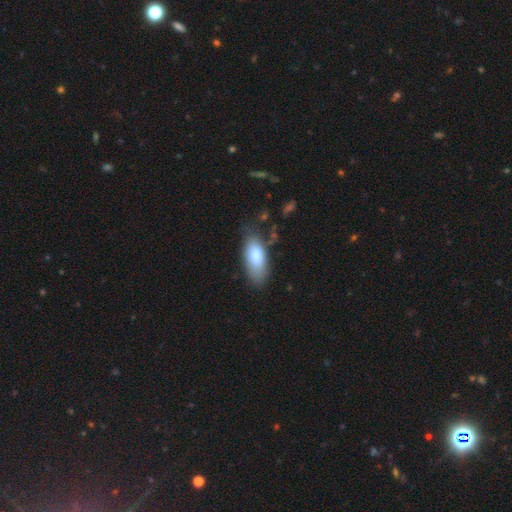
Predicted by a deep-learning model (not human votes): smooth 83%, featured or disk 11%, star or artifact 6%. Down the decision tree: how rounded — in between (86%); merging — none (69%).